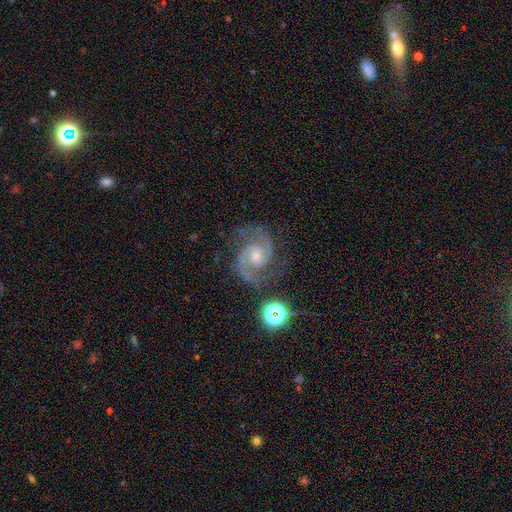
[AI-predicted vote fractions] A featured or disk galaxy (91%) with no bar (59%), 2 (93%) medium (60%) spiral arms (99%) and a small central bulge (51%).

Vote fractions:
- Smooth or featured? featured or disk: 91% / star or artifact: 6% / smooth: 2%
- Edge-on disk? no: 98% / yes: 2%
- Bar? no: 59% / weak: 33% / strong: 8%
- Spiral arms? yes: 99% / no: 1%
- Spiral winding? medium: 60% / tight: 32% / loose: 8%
- Spiral arm count? 2: 93% / 3: 2% / can't tell: 1% / 1: 1% / 4: 1% / more than 4: 1%
- Bulge size? small: 51% / moderate: 42% / none: 3% / large: 2% / dominant: 1%
- Merging? none: 79% / minor disturbance: 14% / major disturbance: 5% / merger: 2%